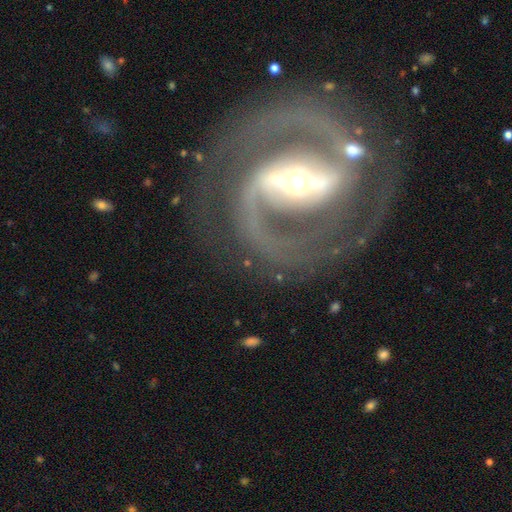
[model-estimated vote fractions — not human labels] Smooth or featured? Predicted: featured or disk (p=0.93). Edge-on disk? Predicted: no (p=0.97). Bar? Predicted: strong (p=0.71). Spiral arms? Predicted: yes (p=0.98). Spiral winding? Predicted: medium (p=0.59). Spiral arm count? Predicted: 2 (p=0.92). Bulge size? Predicted: moderate (p=0.55). Merging? Predicted: none (p=0.78).